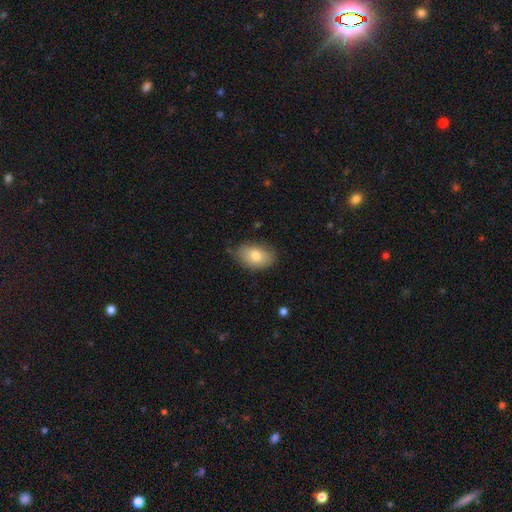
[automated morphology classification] smooth 78%, featured or disk 14%, star or artifact 7%. Down the decision tree: how rounded — in between (87%); merging — none (76%).